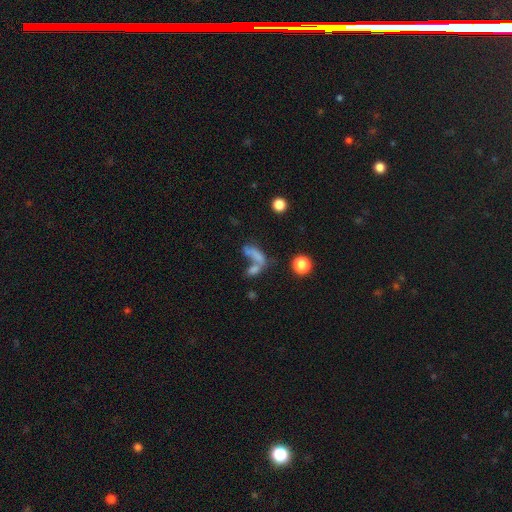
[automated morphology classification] smooth-or-featured: smooth: 65% | featured or disk: 20% | star or artifact: 15%
  how-rounded: in between: 63% | cigar-shaped: 26% | round: 11%
  merging: merger: 54% | none: 23% | major disturbance: 14% | minor disturbance: 9%